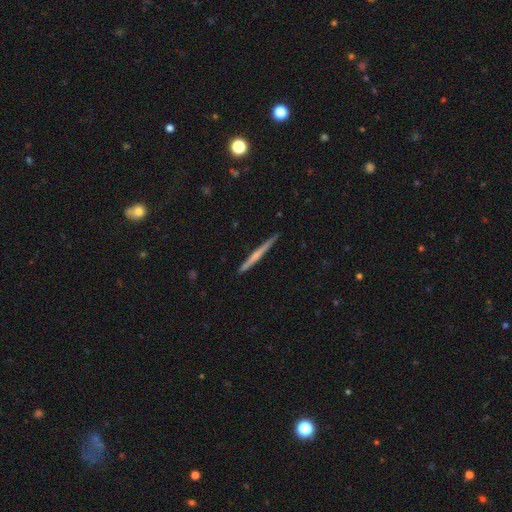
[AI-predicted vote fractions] Smooth or featured: featured or disk — 56% (smooth — 38%)
Edge-on disk: yes — 98% (no — 2%)
Edge-on bulge: none — 57% (rounded — 35%)
Merging: none — 90% (minor disturbance — 7%)